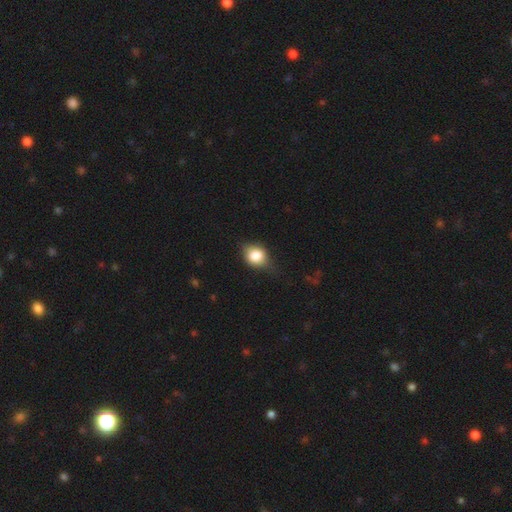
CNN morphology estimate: A smooth galaxy with no disk features (74%) that is round (50%). Merging: none (58%).